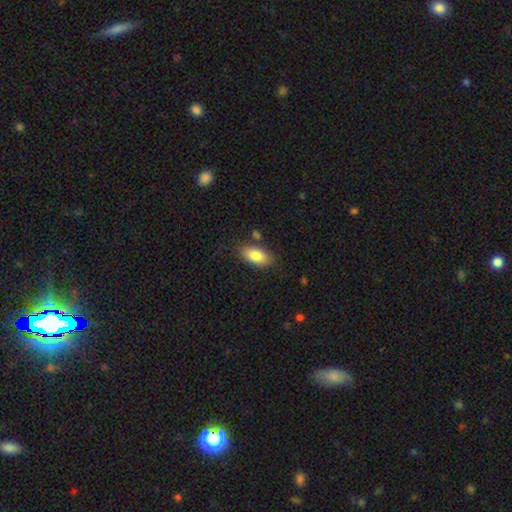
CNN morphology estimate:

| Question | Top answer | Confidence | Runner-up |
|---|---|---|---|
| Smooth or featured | smooth | 82% | featured or disk (11%) |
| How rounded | in between | 91% | cigar-shaped (5%) |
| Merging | none | 79% | minor disturbance (14%) |